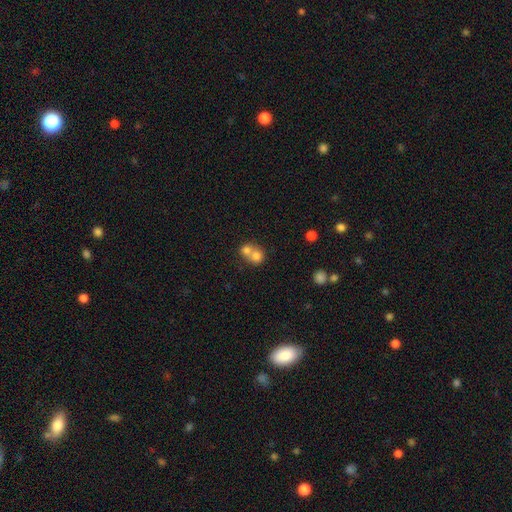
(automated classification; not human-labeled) Smooth or featured? smooth (74%)
How rounded? round (78%)
Merging? merger (67%)